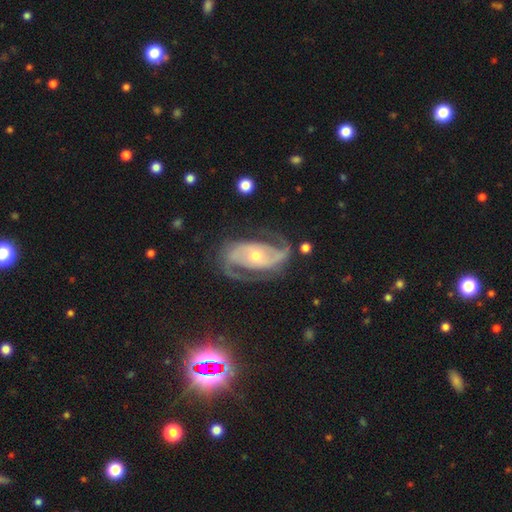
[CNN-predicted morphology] Smooth or featured? Predicted: featured or disk (p=0.89). Edge-on disk? Predicted: no (p=0.96). Bar? Predicted: no (p=0.53). Spiral arms? Predicted: yes (p=0.97). Spiral winding? Predicted: medium (p=0.51). Spiral arm count? Predicted: 2 (p=0.89). Bulge size? Predicted: moderate (p=0.53). Merging? Predicted: none (p=0.73).